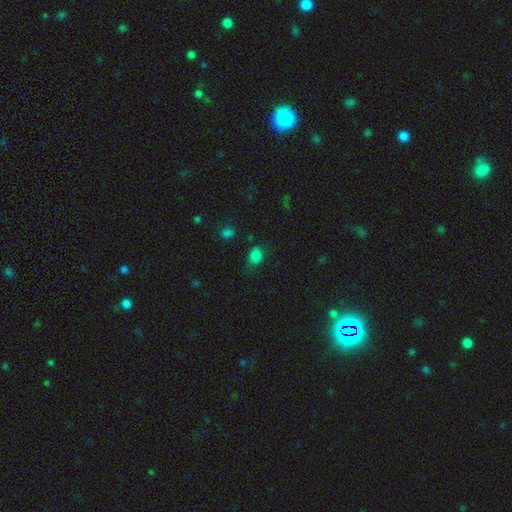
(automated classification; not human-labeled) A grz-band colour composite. It shows a smooth galaxy with no disk features (81%) that is in between round and cigar-shaped (52%). Merging: none (67%).